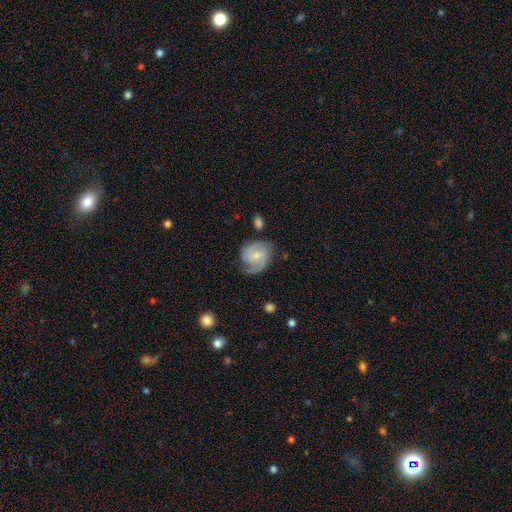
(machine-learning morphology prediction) featured or disk 69%, smooth 25%, star or artifact 6%. Down the decision tree: edge-on disk — no (98%); bar — no (59%); spiral arms — yes (92%); spiral arm count — 2 (60%); spiral winding — medium (44%); bulge size — small (60%); merging — none (60%).